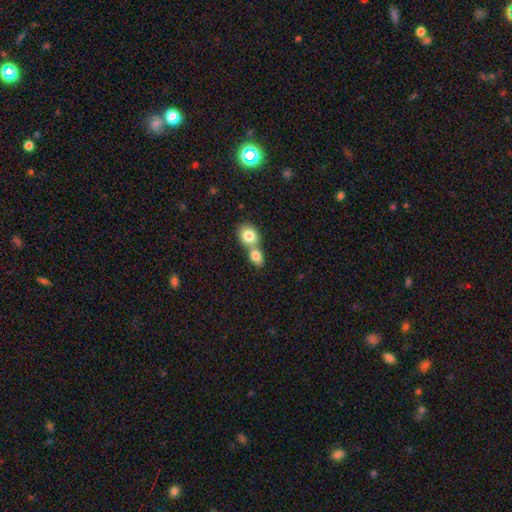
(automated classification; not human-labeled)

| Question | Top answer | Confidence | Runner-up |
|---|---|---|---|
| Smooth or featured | smooth | 82% | featured or disk (11%) |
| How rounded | in between | 53% | round (45%) |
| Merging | merger | 68% | none (24%) |